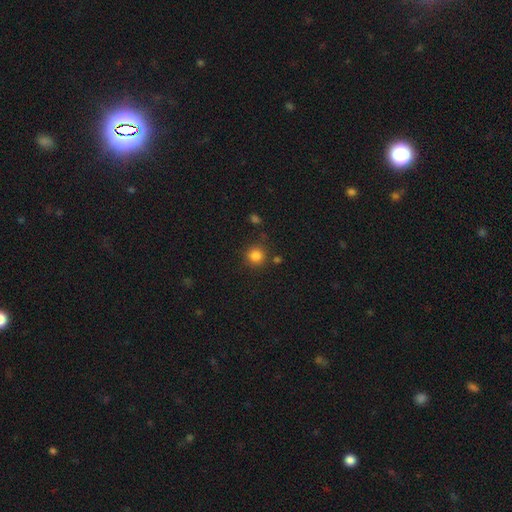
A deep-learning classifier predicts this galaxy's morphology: A smooth galaxy with no disk features (84%) that is round (93%). Merging: none (83%).